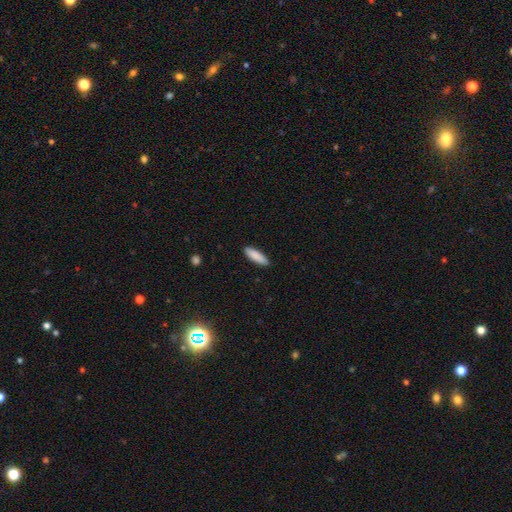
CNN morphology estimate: smooth-or-featured: smooth: 88% | star or artifact: 6% | featured or disk: 6%
  how-rounded: cigar-shaped: 59% | in between: 40% | round: 1%
  merging: none: 89% | minor disturbance: 9% | major disturbance: 2% | merger: 1%